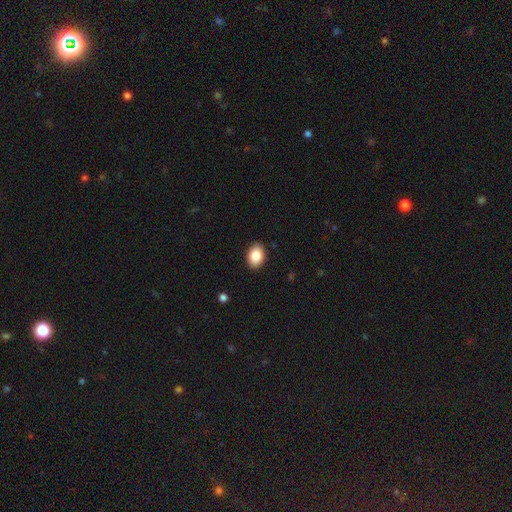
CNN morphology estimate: smooth-or-featured: smooth: 87% | star or artifact: 7% | featured or disk: 6%
  how-rounded: in between: 78% | round: 21% | cigar-shaped: 1%
  merging: none: 90% | minor disturbance: 8% | major disturbance: 2% | merger: 1%